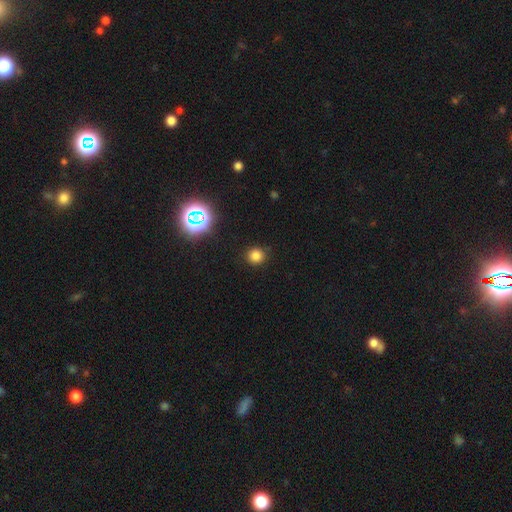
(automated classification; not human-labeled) This is likely a smooth galaxy (77%). How rounded: clearly round (91%). Merging: clearly none (89%).